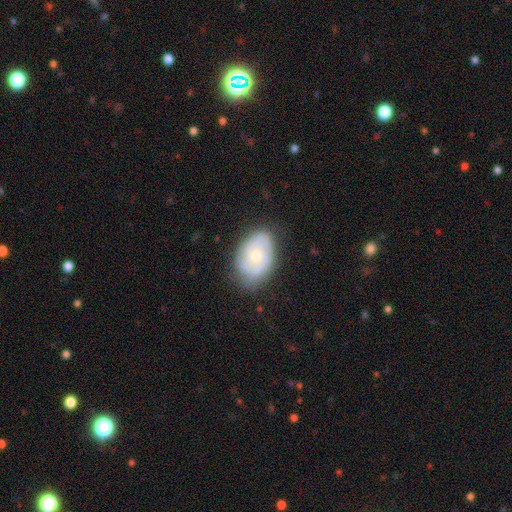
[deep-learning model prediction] Smooth or featured? featured or disk (52%)
Edge-on disk? no (95%)
Merging? none (69%)